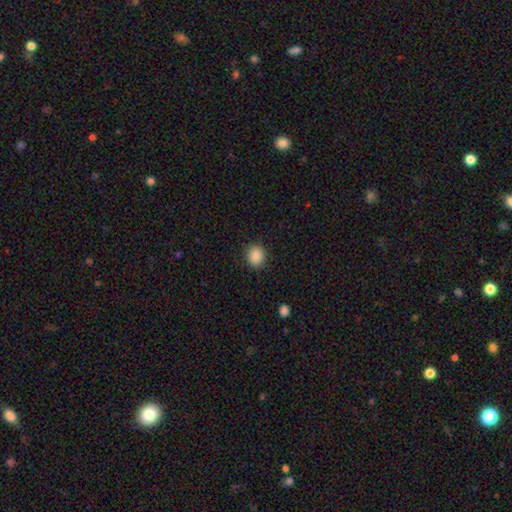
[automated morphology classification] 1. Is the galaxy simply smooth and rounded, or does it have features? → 87% smooth, 9% star or artifact, 4% featured or disk.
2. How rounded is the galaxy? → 65% round, 34% in between, 1% cigar-shaped.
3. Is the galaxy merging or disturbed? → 89% none, 8% minor disturbance, 3% major disturbance, 1% merger.